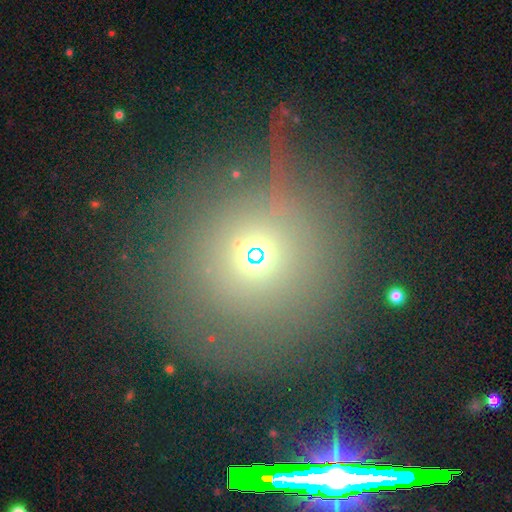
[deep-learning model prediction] Smooth or featured? smooth (51%)
How rounded? round (88%)
Merging? none (64%)